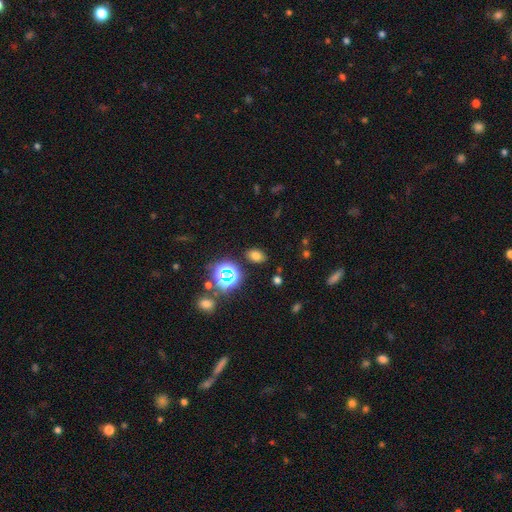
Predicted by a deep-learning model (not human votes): smooth_or_featured: smooth (p=0.68) [alt: star or artifact p=0.24]
how_rounded: in between (p=0.79) [alt: round p=0.20]
merging: none (p=0.85) [alt: minor disturbance p=0.10]